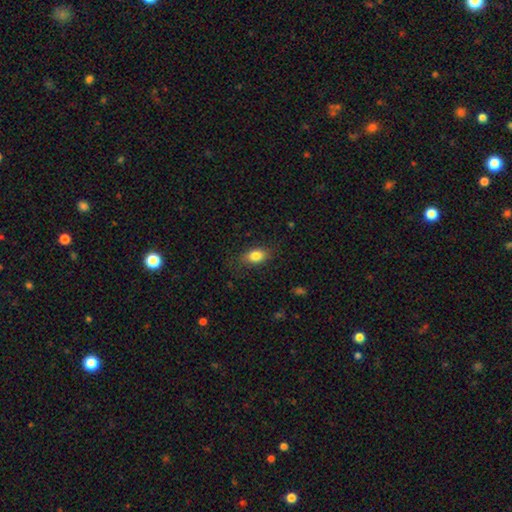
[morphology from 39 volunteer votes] This is clearly a smooth galaxy (82%). How rounded: clearly in between (88%). Merging: clearly none (84%).